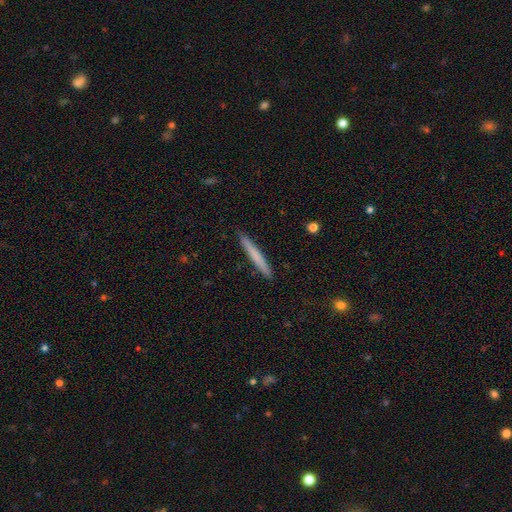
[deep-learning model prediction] A smooth galaxy with no disk features (67%) that is cigar-shaped (97%). Merging: none (92%).